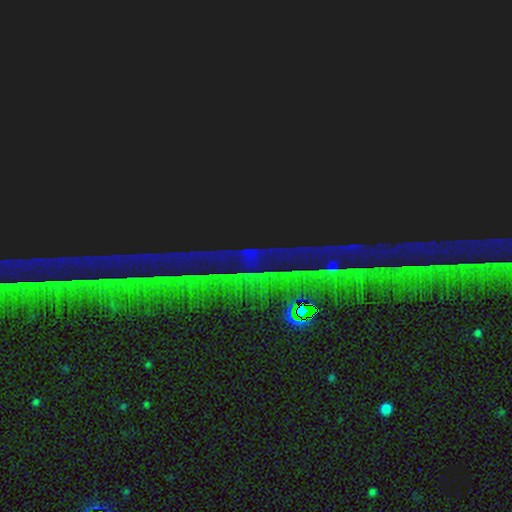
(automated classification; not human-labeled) smooth_or_featured: star or artifact (p=0.89) [alt: featured or disk p=0.06]